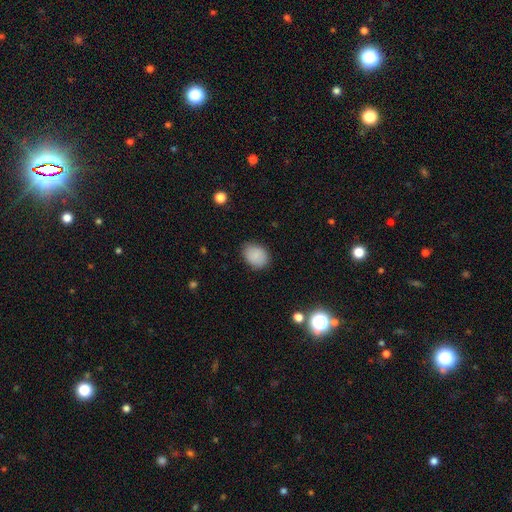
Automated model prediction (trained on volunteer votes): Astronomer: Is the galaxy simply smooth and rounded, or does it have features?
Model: smooth — 87%.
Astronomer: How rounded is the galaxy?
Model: in between — 56% (runner-up: round, 43%).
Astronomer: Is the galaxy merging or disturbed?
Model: none — 82%.